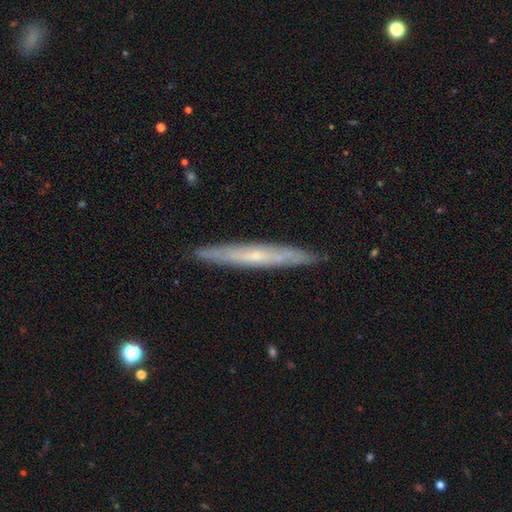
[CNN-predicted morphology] A featured or disk galaxy (59%) viewed edge-on (89%) with no central bulge (58%). Merging: none (90%).